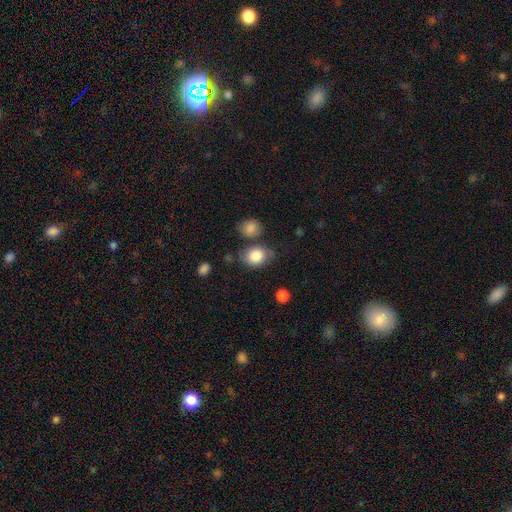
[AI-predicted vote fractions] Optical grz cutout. It shows a smooth galaxy with no disk features (84%) that is in between round and cigar-shaped (51%). Merging: none (65%).